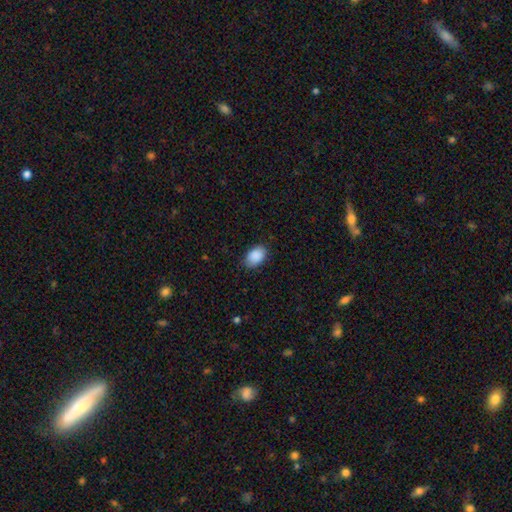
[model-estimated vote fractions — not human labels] smooth_or_featured: smooth (p=0.90) [alt: star or artifact p=0.07]
how_rounded: in between (p=0.88) [alt: round p=0.11]
merging: none (p=0.77) [alt: minor disturbance p=0.19]